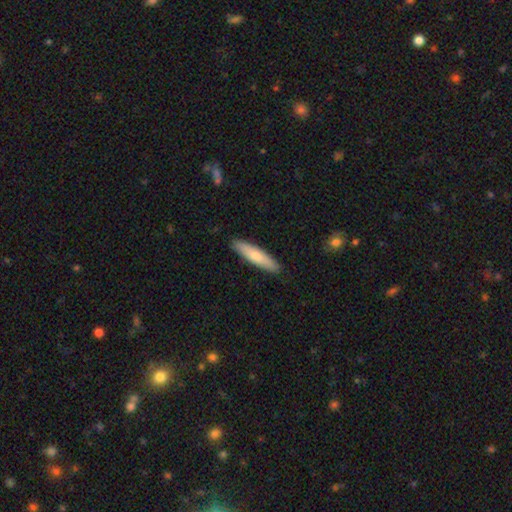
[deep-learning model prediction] smooth_or_featured: smooth (p=0.71) [alt: featured or disk p=0.24]
how_rounded: cigar-shaped (p=0.81) [alt: in between p=0.17]
merging: none (p=0.90) [alt: minor disturbance p=0.07]